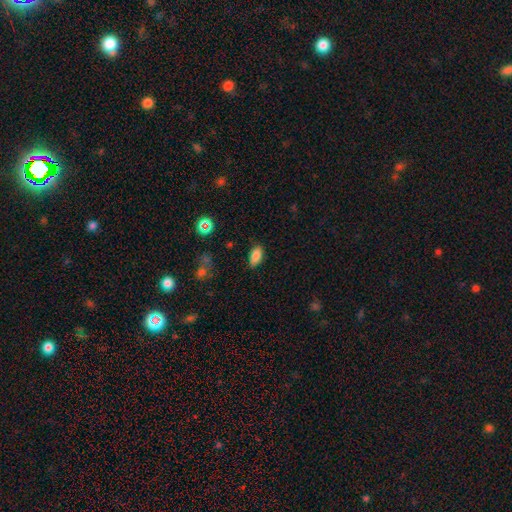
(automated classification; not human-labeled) smooth 84%, star or artifact 10%, featured or disk 6%. Down the decision tree: how rounded — in between (90%); merging — none (82%).